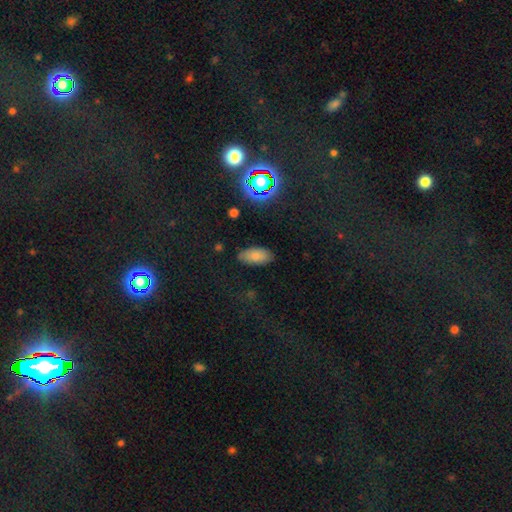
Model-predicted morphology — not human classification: A smooth galaxy with no disk features (79%) that is in between round and cigar-shaped (92%). Merging: none (84%).